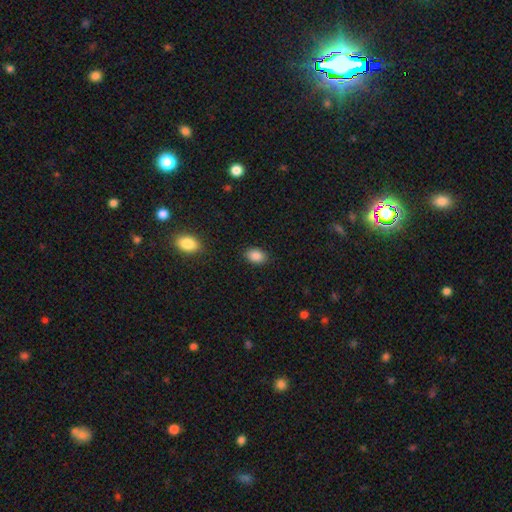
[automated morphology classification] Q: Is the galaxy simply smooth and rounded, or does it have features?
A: smooth — 87%.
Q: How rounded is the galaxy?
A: in between — 82%.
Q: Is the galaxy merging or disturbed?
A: none — 87%.